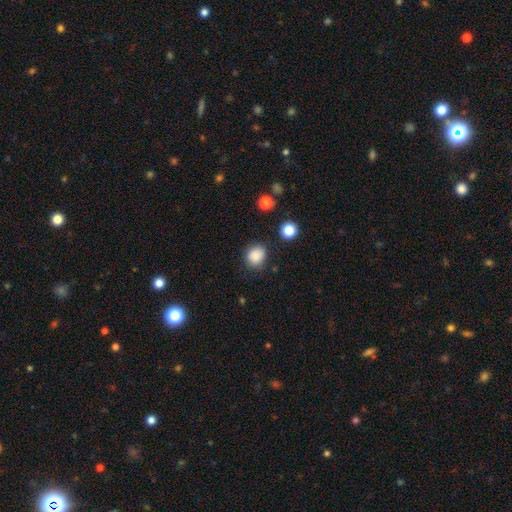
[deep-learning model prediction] Smooth or featured? smooth (86%)
How rounded? round (74%)
Merging? none (81%)